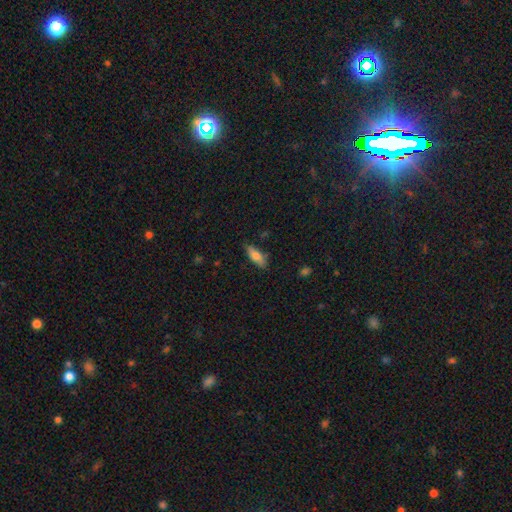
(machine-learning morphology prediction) Overall: smooth (73%). How rounded: in between (60%; cigar-shaped 38%). Merging: none (79%).